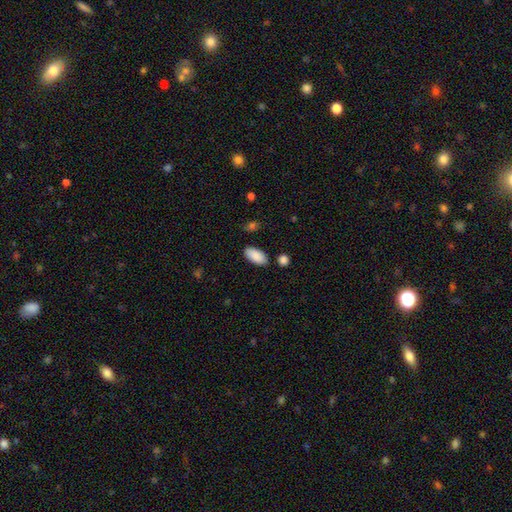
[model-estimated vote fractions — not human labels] The model was most divided on "merging": none: 84%, minor disturbance: 10%, merger: 3%, major disturbance: 3%. More confident: how rounded — in between (93%); smooth or featured — smooth (90%).